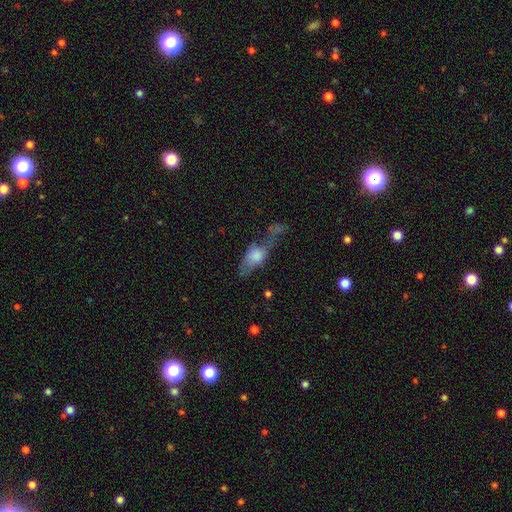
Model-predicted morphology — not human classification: type=smooth (60%); roundness=in between (76%); merging=major disturbance (43%).